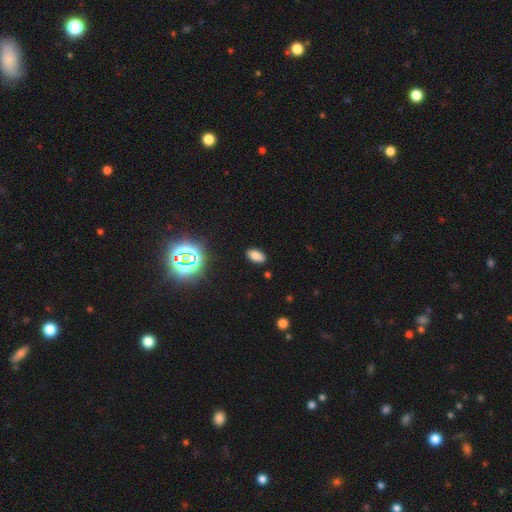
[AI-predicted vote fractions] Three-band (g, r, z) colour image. It shows a smooth galaxy with no disk features (75%) that is in between round and cigar-shaped (92%). Merging: none (88%).